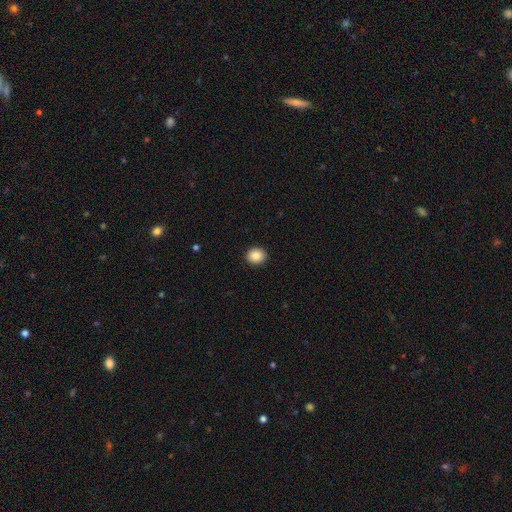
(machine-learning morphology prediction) This is clearly a smooth galaxy (87%). How rounded: likely round (75%). Merging: clearly none (92%).